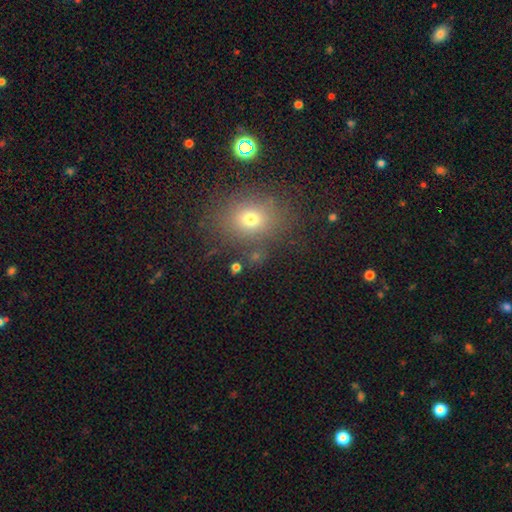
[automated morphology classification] Smooth or featured: smooth — 64% (star or artifact — 23%)
How rounded: round — 56% (in between — 43%)
Merging: none — 78% (minor disturbance — 12%)